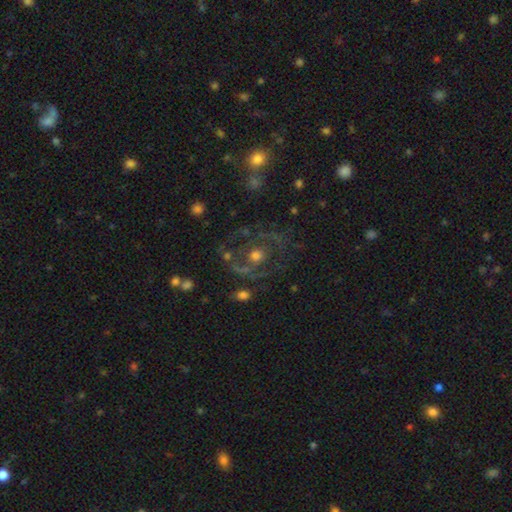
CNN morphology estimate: Smooth or featured? featured or disk (62%)
Edge-on disk? no (96%)
Bar? no (82%)
Spiral arms? yes (50%, tied with no)
Bulge size? moderate (62%)
Merging? none (64%)